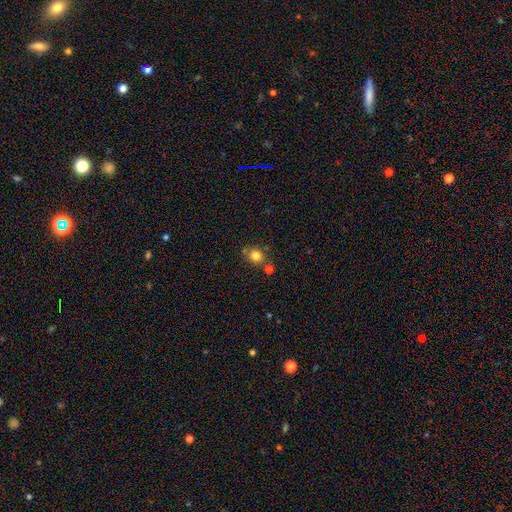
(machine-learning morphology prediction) Smooth or featured? Predicted: smooth (p=0.80). How rounded? Predicted: round (p=0.81). Merging? Predicted: none (p=0.70).